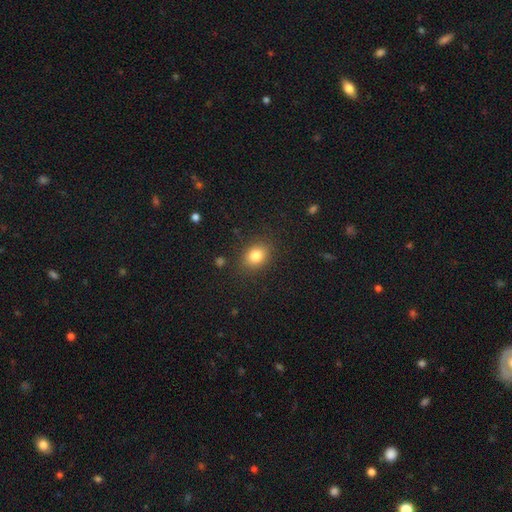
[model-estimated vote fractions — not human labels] Smooth or featured? smooth (82%)
How rounded? in between (55%)
Merging? none (86%)